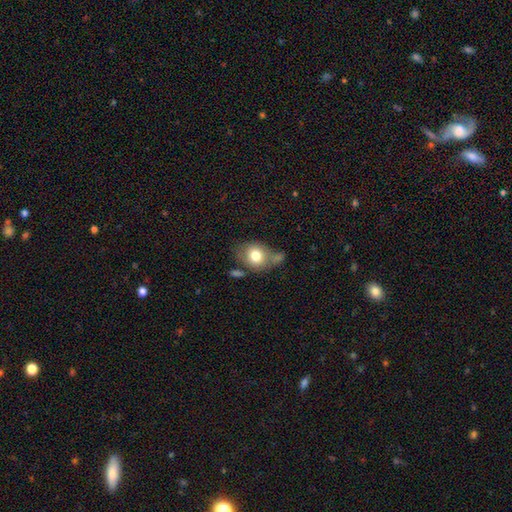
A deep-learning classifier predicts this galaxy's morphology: This is likely a smooth galaxy (75%). How rounded: possibly round (50%). Merging: possibly none (50%).